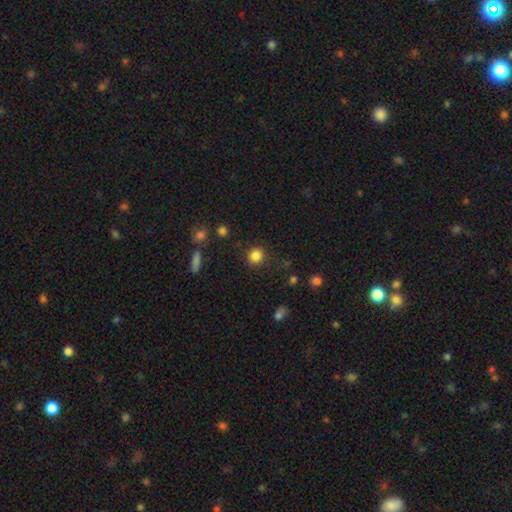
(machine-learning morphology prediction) Overall: smooth (84%). How rounded: round (90%). Merging: none (88%).